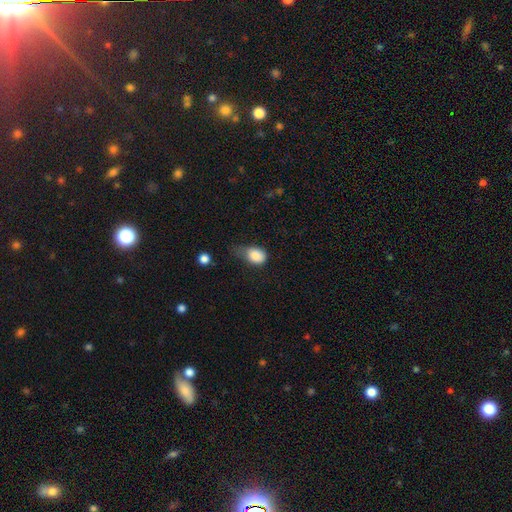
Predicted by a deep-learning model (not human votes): Smooth or featured?
  - smooth: 84% *
  - star or artifact: 8%
  - featured or disk: 8%
How rounded?
  - in between: 66% *
  - round: 32%
  - cigar-shaped: 2%
Merging?
  - minor disturbance: 46% *
  - major disturbance: 26%
  - none: 24%
  - merger: 4%